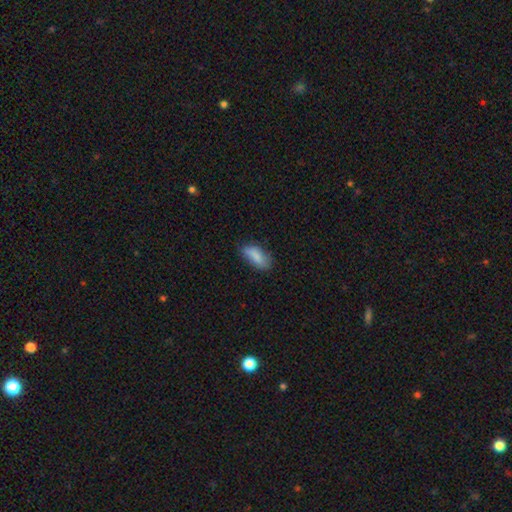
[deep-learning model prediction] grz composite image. It shows a smooth galaxy with no disk features (84%) that is in between round and cigar-shaped (82%). Merging: none (66%).